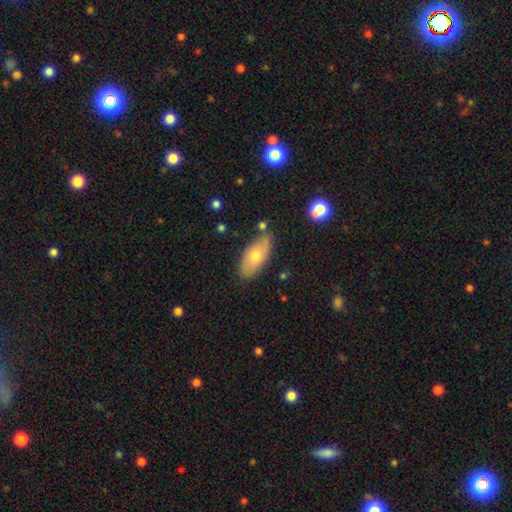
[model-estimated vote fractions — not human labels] The model was most divided on "smooth or featured": smooth: 63%, featured or disk: 30%, star or artifact: 7%. More confident: how rounded — in between (89%); merging — none (77%).